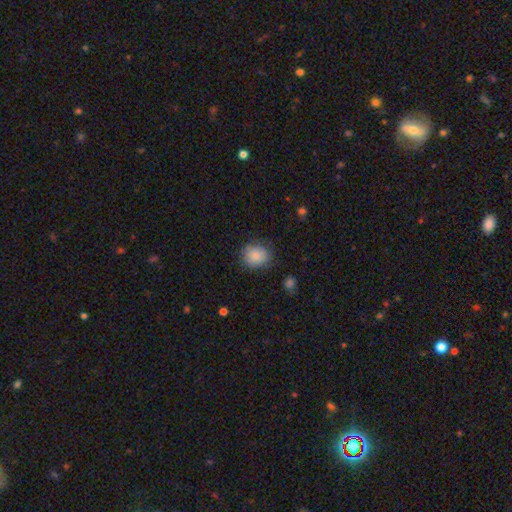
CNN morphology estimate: Smooth or featured: smooth — 85% (star or artifact — 8%)
How rounded: round — 70% (in between — 29%)
Merging: none — 75% (minor disturbance — 18%)